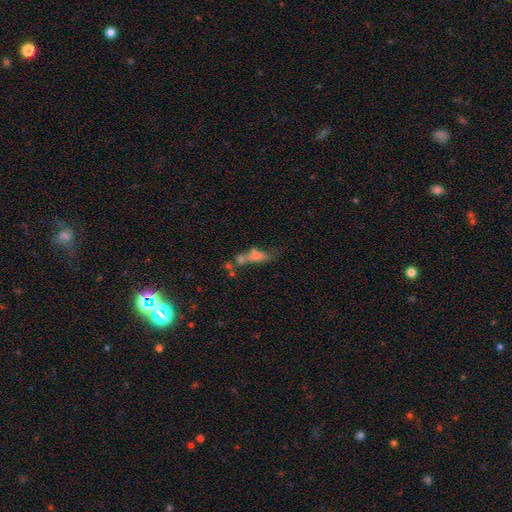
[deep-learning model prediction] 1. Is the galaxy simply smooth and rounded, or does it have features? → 54% smooth, 32% featured or disk, 14% star or artifact.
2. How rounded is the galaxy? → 50% in between, 44% cigar-shaped, 7% round.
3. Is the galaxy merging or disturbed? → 40% merger, 29% none, 16% major disturbance, 15% minor disturbance.